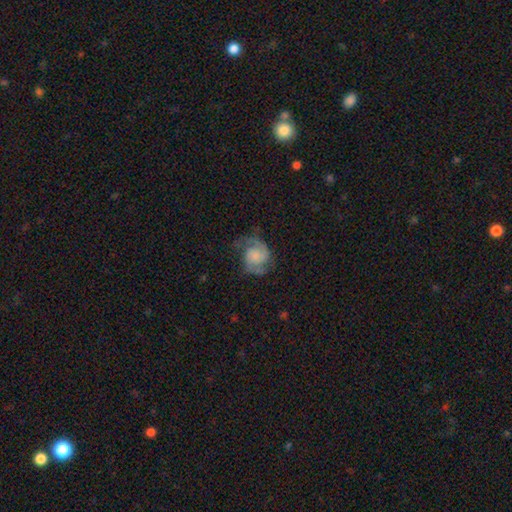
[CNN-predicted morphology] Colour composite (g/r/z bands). It shows a featured or disk galaxy (80%) with no bar (69%), 2 (91%) medium (52%) spiral arms (96%) and no central bulge (37%). Merging: none (69%).